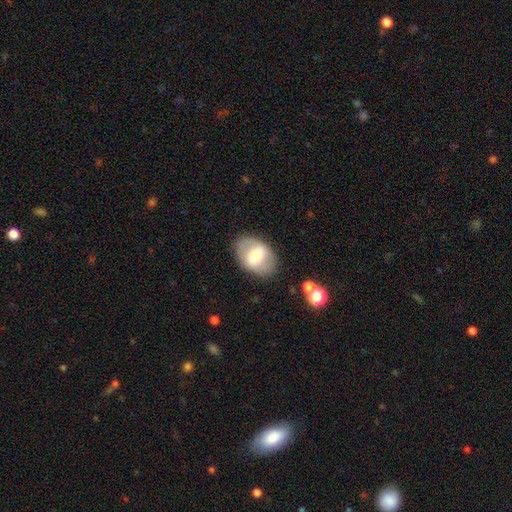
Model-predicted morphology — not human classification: smooth_or_featured: smooth (p=0.49) [alt: featured or disk p=0.44]
merging: none (p=0.81) [alt: minor disturbance p=0.12]